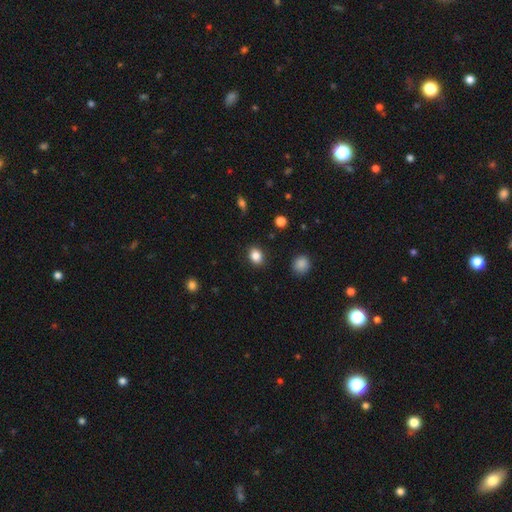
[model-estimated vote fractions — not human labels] smooth_or_featured: smooth (p=0.85) [alt: star or artifact p=0.10]
how_rounded: in between (p=0.53) [alt: round p=0.46]
merging: none (p=0.87) [alt: minor disturbance p=0.09]